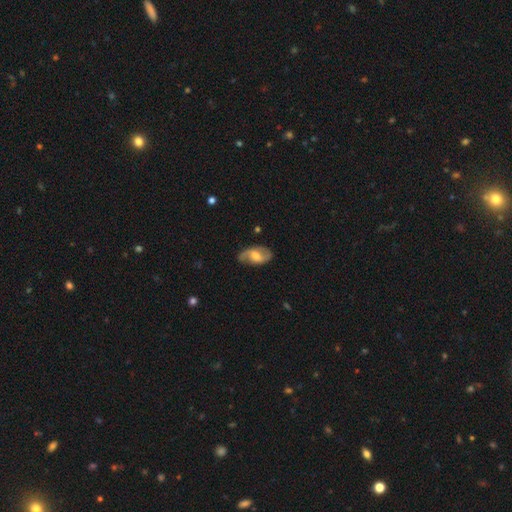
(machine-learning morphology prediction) A featured or disk galaxy (76%) with a weak bar (45%, tied with no), 2 (89%) loose (49%) spiral arms (93%) and a moderate central bulge (61%). Merging: none (78%).